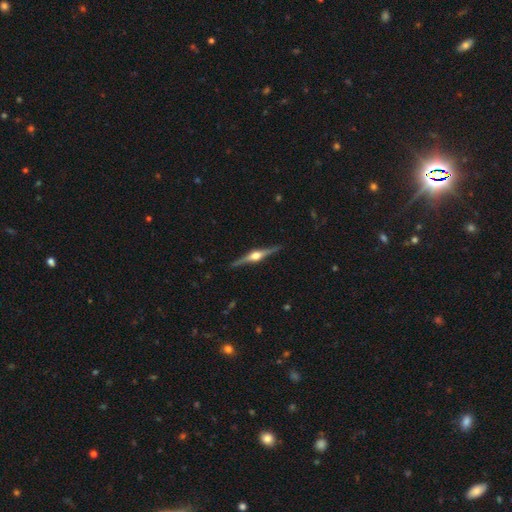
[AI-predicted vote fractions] smooth-or-featured: featured or disk: 85% | smooth: 10% | star or artifact: 5%
  disk-edge-on: yes: 98% | no: 2%
    edge-on-bulge: rounded: 94% | boxy: 4% | none: 2%
  merging: none: 91% | minor disturbance: 7% | major disturbance: 1% | merger: 1%